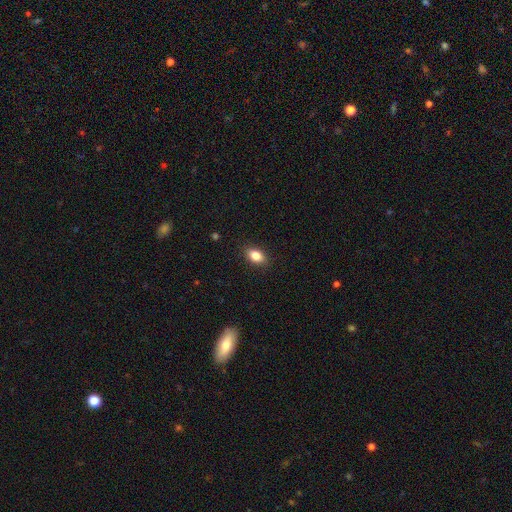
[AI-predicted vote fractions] This appears to be a smooth galaxy with no disk features (85%) that is in between round and cigar-shaped (85%). Merging: none (88%).